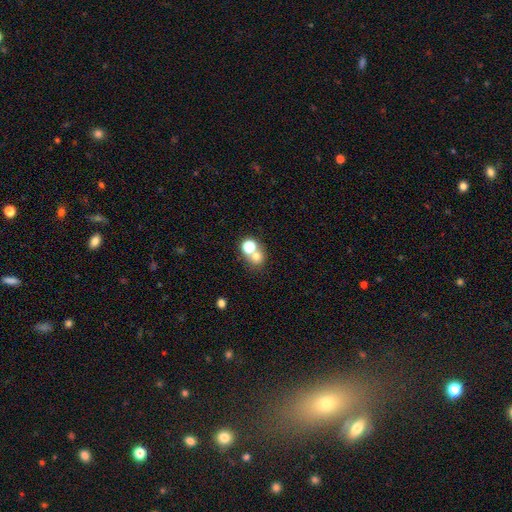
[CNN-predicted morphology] A smooth galaxy with no disk features (68%) that is round (80%).

Vote fractions:
- Smooth or featured? smooth: 68% / star or artifact: 21% / featured or disk: 11%
- How rounded? round: 80% / in between: 19% / cigar-shaped: 1%
- Merging? none: 50% / merger: 40% / minor disturbance: 6% / major disturbance: 4%